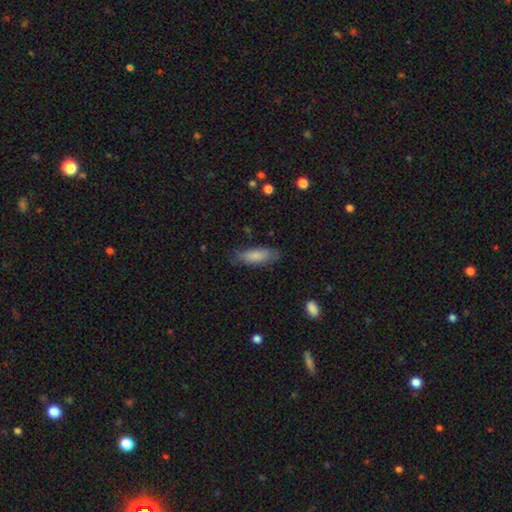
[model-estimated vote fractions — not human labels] Morphology: type=smooth (80%); roundness=in between (63%); merging=none (74%).